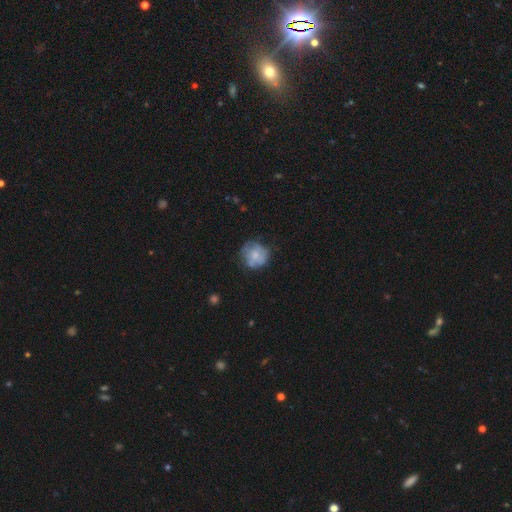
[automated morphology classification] This is possibly a smooth galaxy (56%). How rounded: clearly round (85%). Merging: likely none (62%).